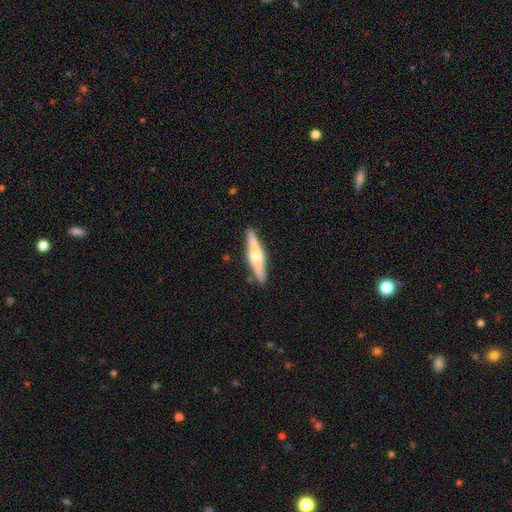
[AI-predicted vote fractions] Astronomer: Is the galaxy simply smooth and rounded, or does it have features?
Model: featured or disk — 62%.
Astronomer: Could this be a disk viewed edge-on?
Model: yes — 97%.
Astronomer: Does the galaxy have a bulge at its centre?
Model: rounded — 90%.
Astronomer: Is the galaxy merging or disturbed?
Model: none — 89%.